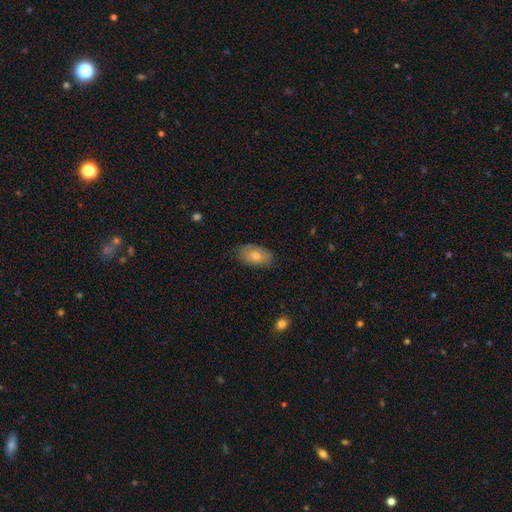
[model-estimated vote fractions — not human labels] A smooth galaxy with no disk features (63%) that is in between round and cigar-shaped (92%).

Vote fractions:
- Smooth or featured? smooth: 63% / featured or disk: 28% / star or artifact: 8%
- How rounded? in between: 92% / round: 6% / cigar-shaped: 3%
- Merging? none: 81% / minor disturbance: 15% / major disturbance: 3% / merger: 1%